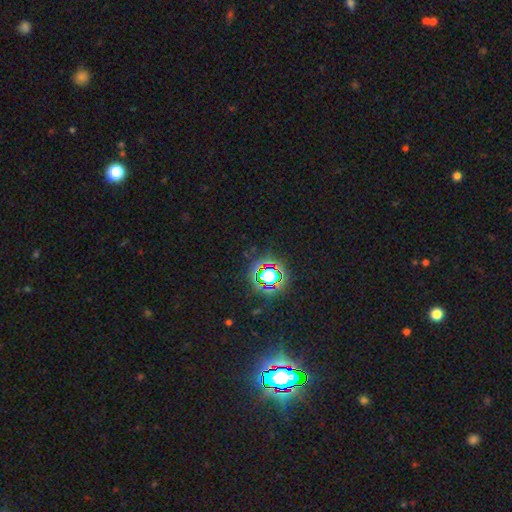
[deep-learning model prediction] smooth-or-featured: star or artifact: 81% | smooth: 11% | featured or disk: 7%